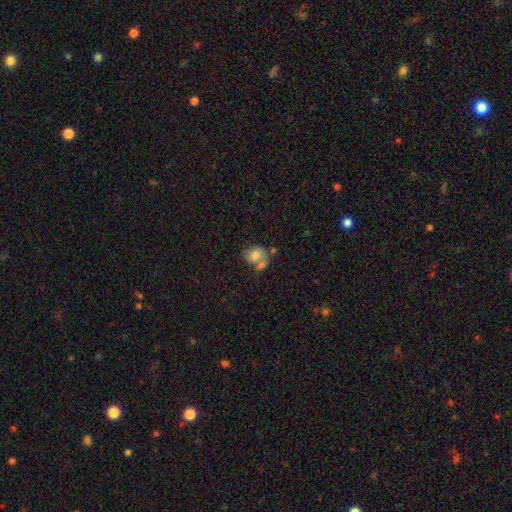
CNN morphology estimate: Q: Smooth or featured?
A: smooth (68%); runner-up: featured or disk (22%)
Q: How rounded?
A: in between (50%); runner-up: round (49%)
Q: Merging?
A: merger (40%); runner-up: none (35%)